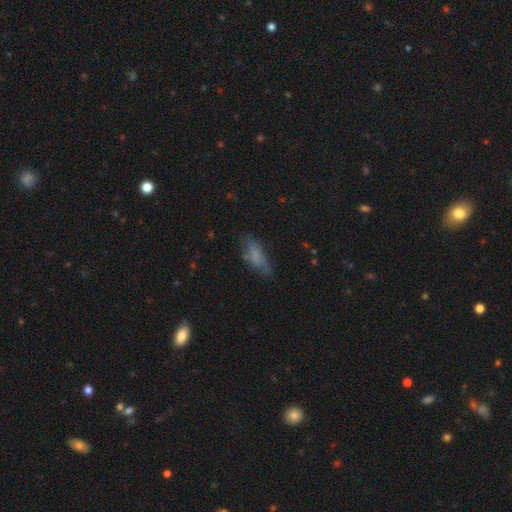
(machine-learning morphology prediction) smooth_or_featured: smooth (p=0.65) [alt: featured or disk p=0.25]
how_rounded: in between (p=0.67) [alt: cigar-shaped p=0.30]
merging: none (p=0.59) [alt: minor disturbance p=0.26]